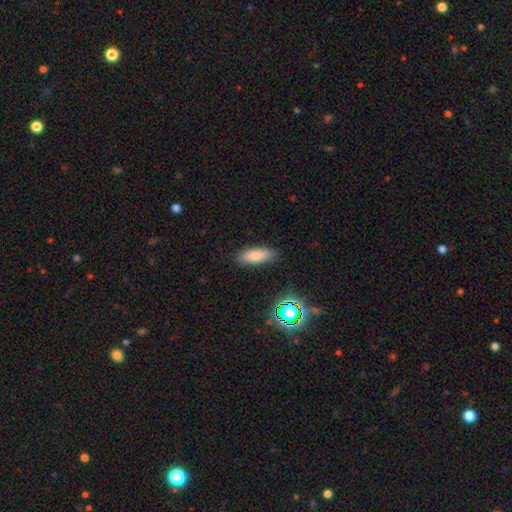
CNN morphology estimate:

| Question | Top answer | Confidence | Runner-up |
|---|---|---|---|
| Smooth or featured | smooth | 78% | featured or disk (12%) |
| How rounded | in between | 58% | cigar-shaped (40%) |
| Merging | none | 85% | minor disturbance (11%) |